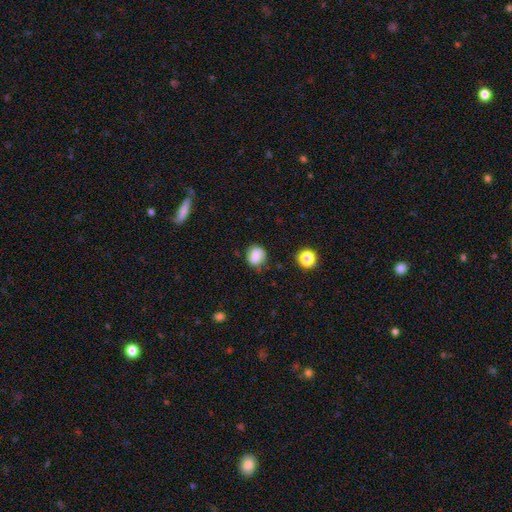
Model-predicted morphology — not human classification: Smooth or featured? Predicted: smooth (p=0.77). How rounded? Predicted: round (p=0.73). Merging? Predicted: none (p=0.68).